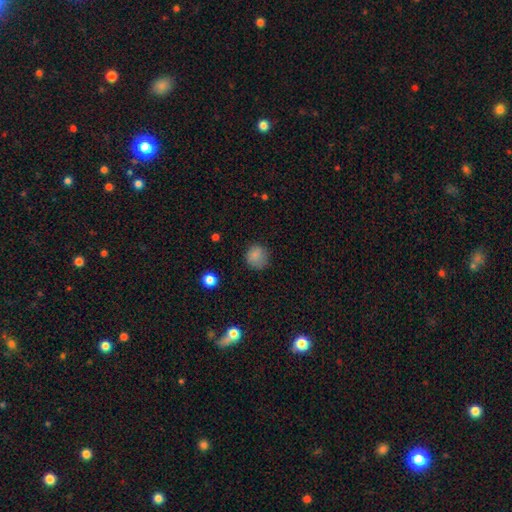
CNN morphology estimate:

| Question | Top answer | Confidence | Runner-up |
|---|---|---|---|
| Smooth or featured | smooth | 82% | star or artifact (12%) |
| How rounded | round | 85% | in between (15%) |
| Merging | none | 74% | minor disturbance (19%) |